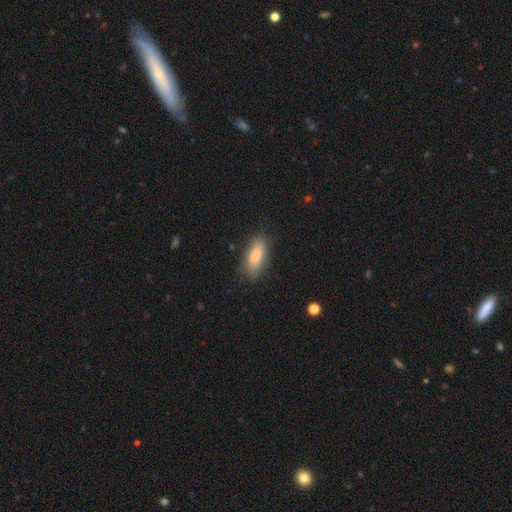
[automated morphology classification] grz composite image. It shows a smooth galaxy with no disk features (85%) that is in between round and cigar-shaped (79%). Merging: none (78%).